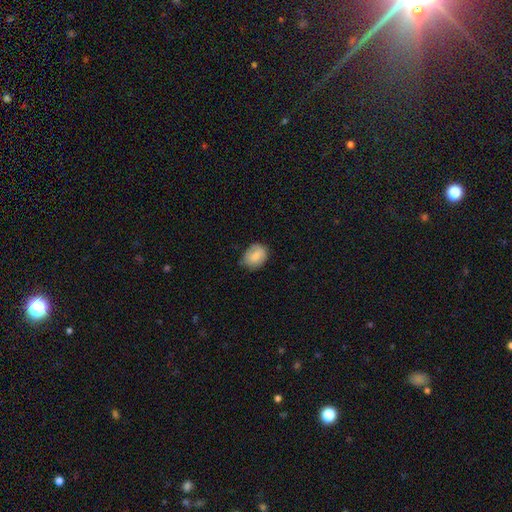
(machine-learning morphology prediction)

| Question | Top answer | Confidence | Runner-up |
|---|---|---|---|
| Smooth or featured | smooth | 80% | featured or disk (13%) |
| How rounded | in between | 54% | round (45%) |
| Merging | none | 68% | minor disturbance (26%) |